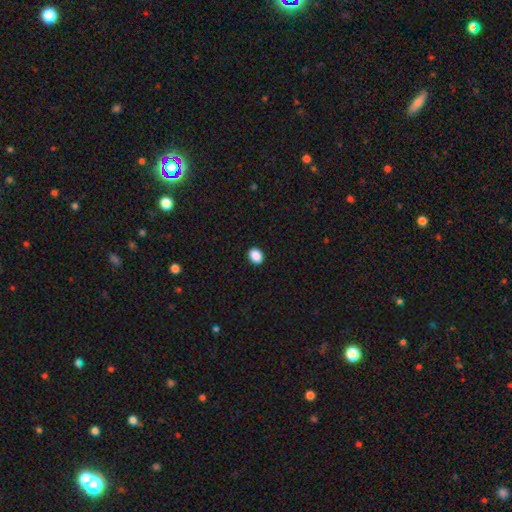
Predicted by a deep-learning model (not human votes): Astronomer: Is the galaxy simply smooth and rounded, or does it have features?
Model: smooth — 89%.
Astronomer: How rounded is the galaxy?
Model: in between — 57% (runner-up: round, 42%).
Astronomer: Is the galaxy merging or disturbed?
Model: none — 91%.